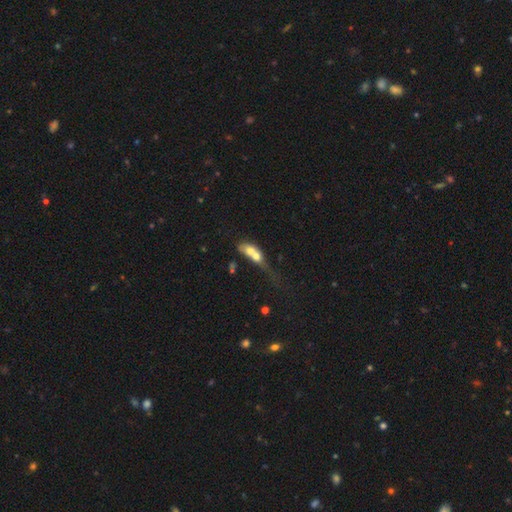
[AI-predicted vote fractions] smooth 57%, featured or disk 34%, star or artifact 9%. Down the decision tree: how rounded — in between (58%); merging — merger (69%).